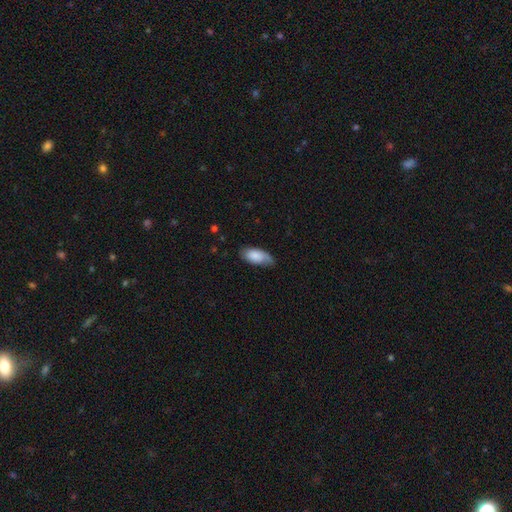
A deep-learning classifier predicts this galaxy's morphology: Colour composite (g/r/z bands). It shows a smooth galaxy with no disk features (79%) that is in between round and cigar-shaped (90%). Merging: none (63%).